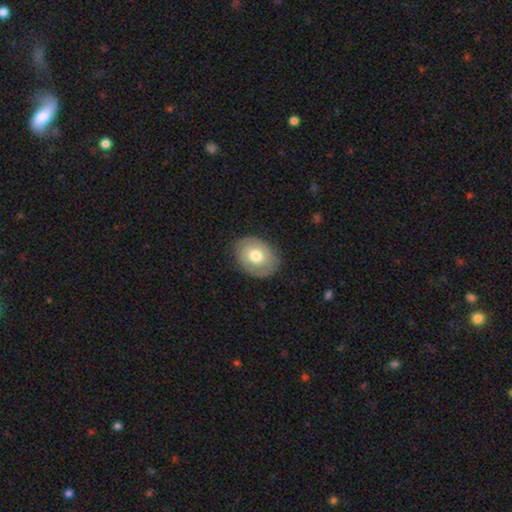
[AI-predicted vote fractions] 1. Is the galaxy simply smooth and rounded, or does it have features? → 58% smooth, 35% featured or disk, 7% star or artifact.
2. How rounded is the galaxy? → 63% in between, 37% round, 1% cigar-shaped.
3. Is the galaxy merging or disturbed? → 79% none, 15% minor disturbance, 4% major disturbance, 1% merger.